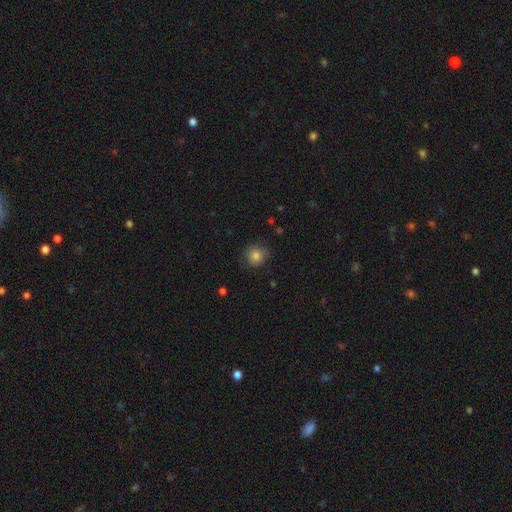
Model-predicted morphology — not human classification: smooth-or-featured: smooth: 83% | star or artifact: 10% | featured or disk: 7%
  how-rounded: round: 87% | in between: 12% | cigar-shaped: 1%
  merging: none: 79% | minor disturbance: 16% | major disturbance: 4% | merger: 1%